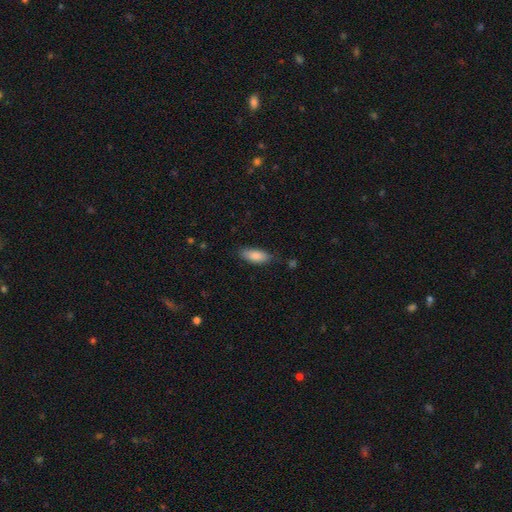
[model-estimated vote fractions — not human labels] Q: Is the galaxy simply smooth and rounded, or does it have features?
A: smooth — 86%.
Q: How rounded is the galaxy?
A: in between — 80%.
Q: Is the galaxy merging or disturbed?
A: none — 78%.